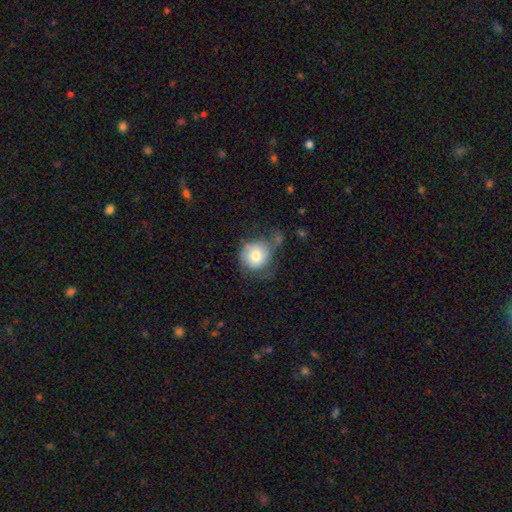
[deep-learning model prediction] Q: Smooth or featured?
A: smooth (63%); runner-up: featured or disk (29%)
Q: How rounded?
A: round (84%); runner-up: in between (15%)
Q: Merging?
A: none (35%); runner-up: minor disturbance (31%)